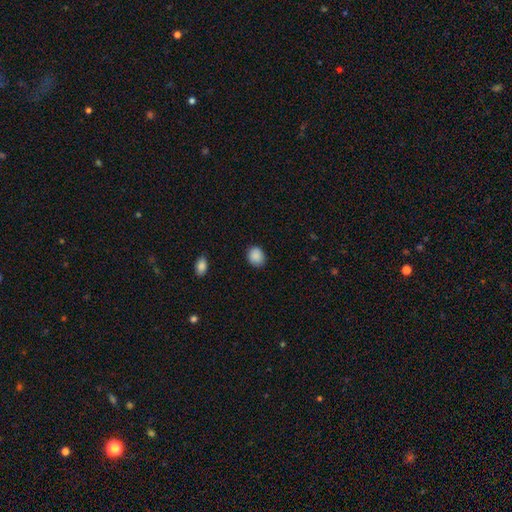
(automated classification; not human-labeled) smooth-or-featured: smooth: 89% | star or artifact: 8% | featured or disk: 3%
  how-rounded: round: 63% | in between: 36% | cigar-shaped: 1%
  merging: none: 87% | minor disturbance: 10% | major disturbance: 2% | merger: 1%